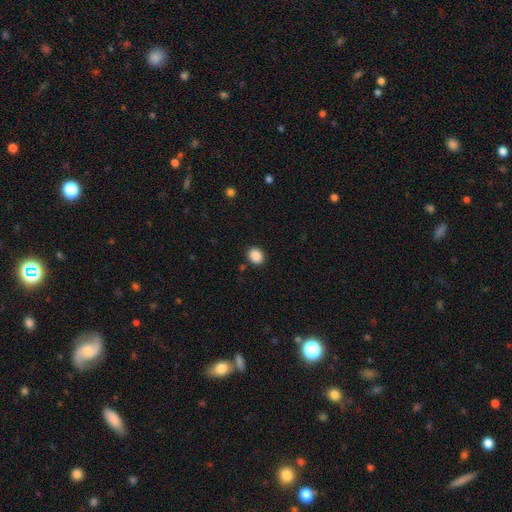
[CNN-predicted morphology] Q: Smooth or featured?
A: smooth (89%); runner-up: star or artifact (8%)
Q: How rounded?
A: round (50%); runner-up: in between (49%)
Q: Merging?
A: none (88%); runner-up: minor disturbance (8%)